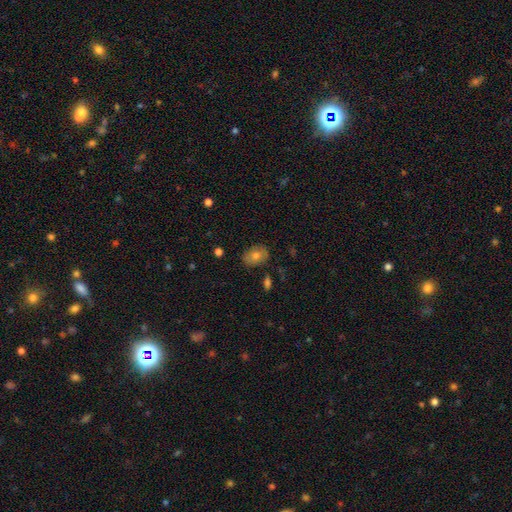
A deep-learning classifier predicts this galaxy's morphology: This appears to be a smooth galaxy with no disk features (68%) that is in between round and cigar-shaped (71%). Merging: none (81%).